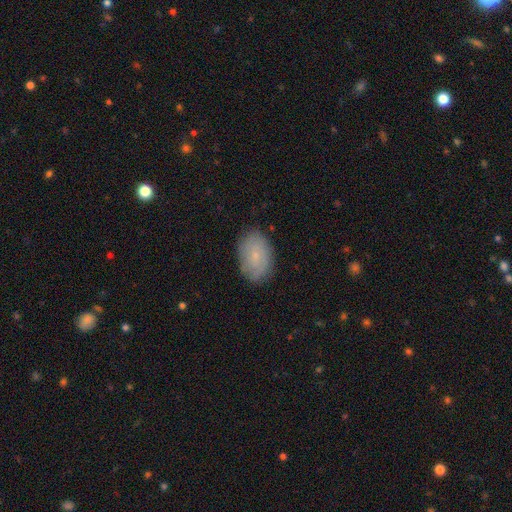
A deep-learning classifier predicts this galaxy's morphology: Smooth or featured? smooth (53%)
How rounded? in between (86%)
Merging? none (81%)